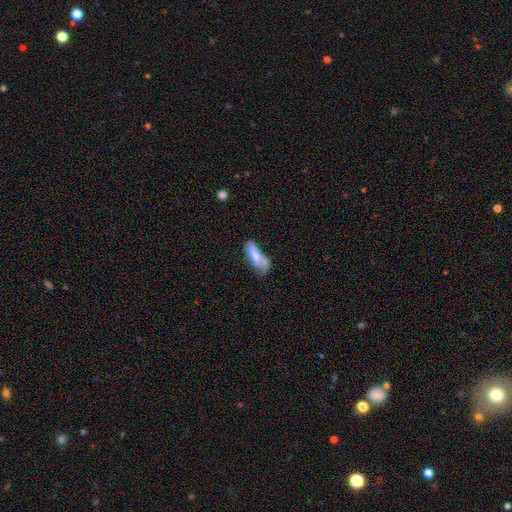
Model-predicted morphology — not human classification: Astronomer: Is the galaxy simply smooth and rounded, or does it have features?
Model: smooth — 65%.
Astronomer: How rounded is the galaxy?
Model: in between — 60% (runner-up: cigar-shaped, 38%).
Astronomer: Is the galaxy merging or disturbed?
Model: none — 30%, tied with merger at 30%.